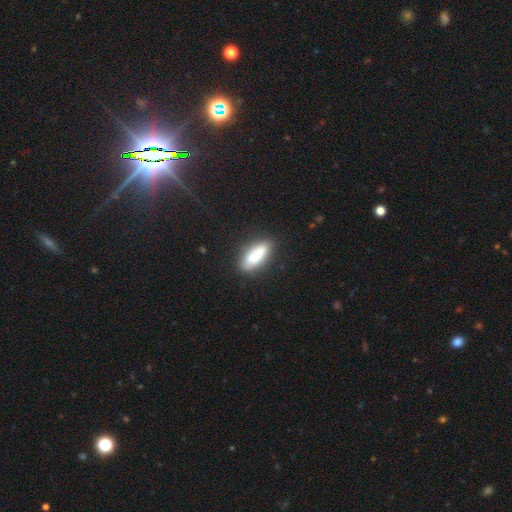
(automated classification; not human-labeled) Q: Smooth or featured?
A: smooth (84%); runner-up: featured or disk (10%)
Q: How rounded?
A: in between (74%); runner-up: cigar-shaped (24%)
Q: Merging?
A: none (82%); runner-up: minor disturbance (13%)